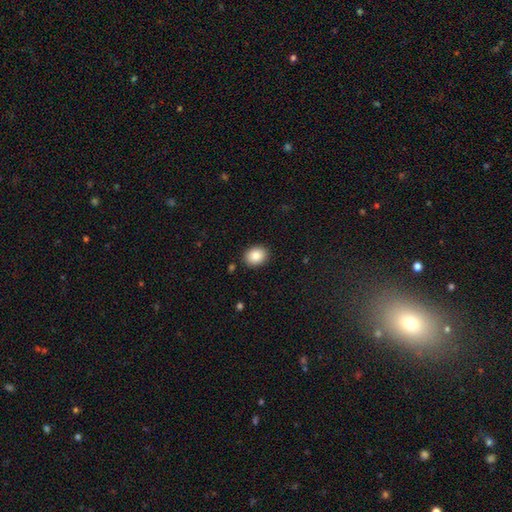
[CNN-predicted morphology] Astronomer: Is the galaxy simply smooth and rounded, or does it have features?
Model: smooth — 86%.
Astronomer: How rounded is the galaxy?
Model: in between — 54% (runner-up: round, 45%).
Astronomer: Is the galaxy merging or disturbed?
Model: none — 89%.